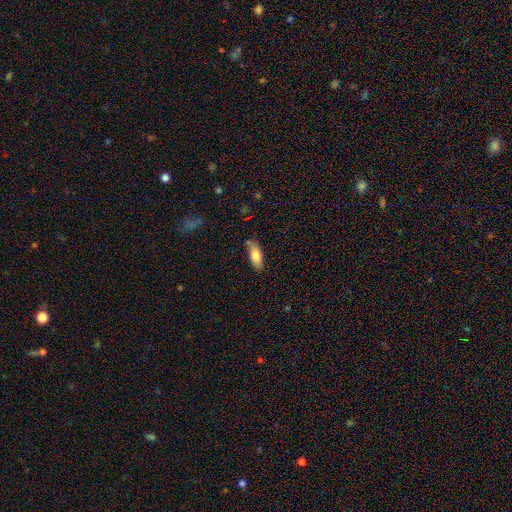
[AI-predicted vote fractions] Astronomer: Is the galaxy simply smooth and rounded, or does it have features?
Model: smooth — 78%.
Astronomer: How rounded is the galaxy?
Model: in between — 78%.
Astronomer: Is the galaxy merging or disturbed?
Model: none — 72%.